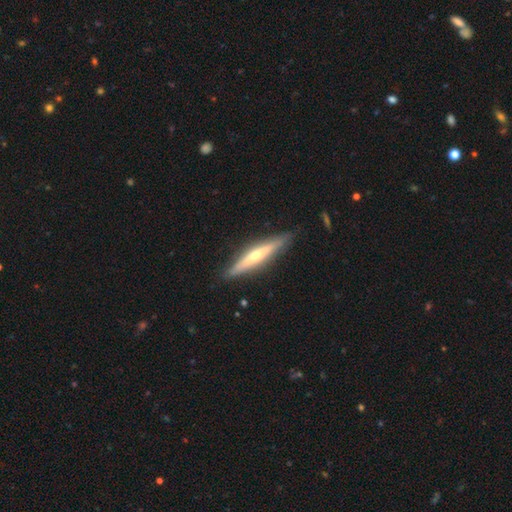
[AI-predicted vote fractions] Smooth or featured? Predicted: featured or disk (p=0.66). Edge-on disk? Predicted: yes (p=0.94). Edge-on bulge? Predicted: rounded (p=0.84). Merging? Predicted: none (p=0.88).